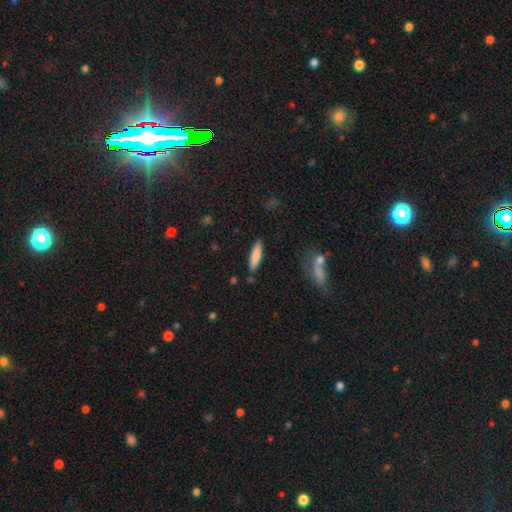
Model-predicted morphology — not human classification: A smooth galaxy with no disk features (82%) that is cigar-shaped (72%). Merging: none (86%).